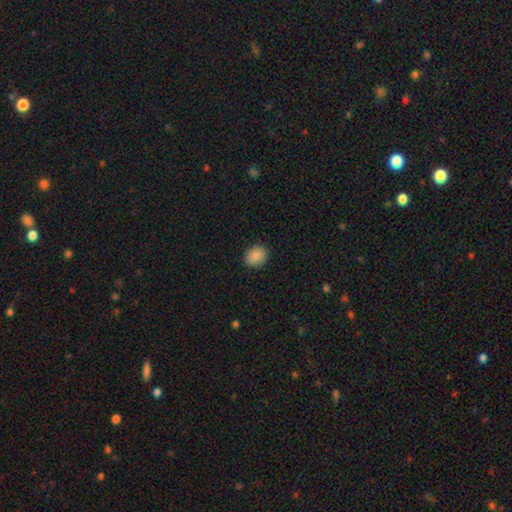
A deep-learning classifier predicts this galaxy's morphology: Q: Smooth or featured?
A: smooth (88%); runner-up: star or artifact (8%)
Q: How rounded?
A: round (60%); runner-up: in between (39%)
Q: Merging?
A: none (89%); runner-up: minor disturbance (8%)